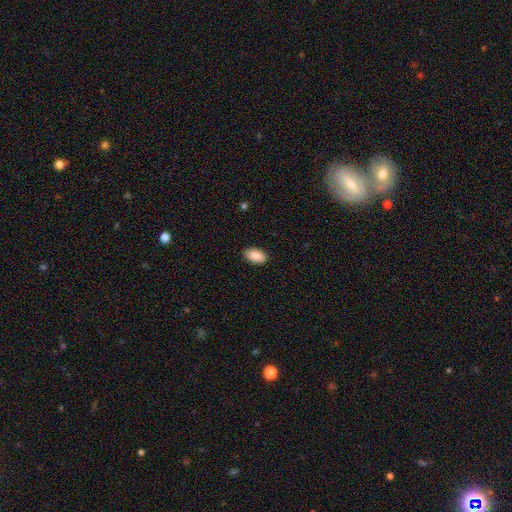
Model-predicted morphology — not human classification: Q: Smooth or featured?
A: smooth (89%); runner-up: star or artifact (7%)
Q: How rounded?
A: in between (93%); runner-up: round (5%)
Q: Merging?
A: none (88%); runner-up: minor disturbance (9%)